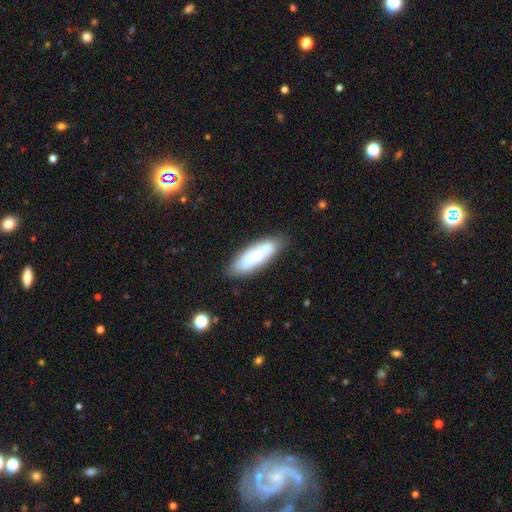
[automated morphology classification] Smooth or featured? Predicted: smooth (p=0.66). How rounded? Predicted: in between (p=0.50). Merging? Predicted: none (p=0.79).